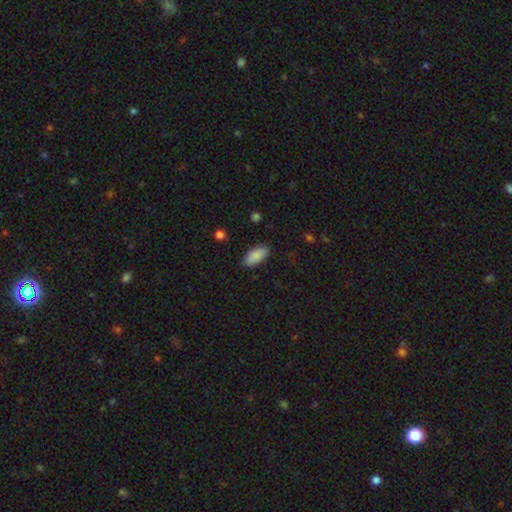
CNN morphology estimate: A smooth galaxy with no disk features (87%) that is in between round and cigar-shaped (90%). Merging: none (85%).